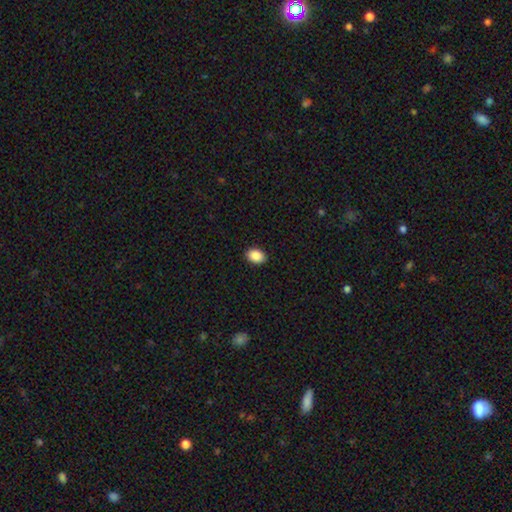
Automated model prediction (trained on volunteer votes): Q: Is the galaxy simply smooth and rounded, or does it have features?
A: smooth — 89%.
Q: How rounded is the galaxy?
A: in between — 78%.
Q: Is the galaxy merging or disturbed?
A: none — 90%.